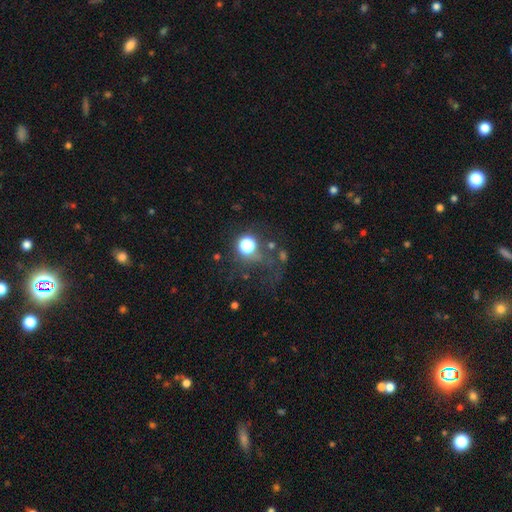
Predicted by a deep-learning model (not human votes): This is possibly a star or artifact rather than a galaxy (47%).